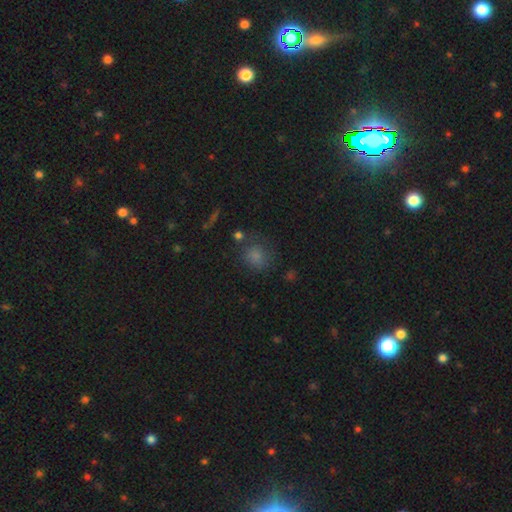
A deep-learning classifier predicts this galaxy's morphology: The model was most divided on "merging": none: 65%, minor disturbance: 19%, major disturbance: 10%, merger: 6%. More confident: how rounded — round (81%); smooth or featured — smooth (76%).